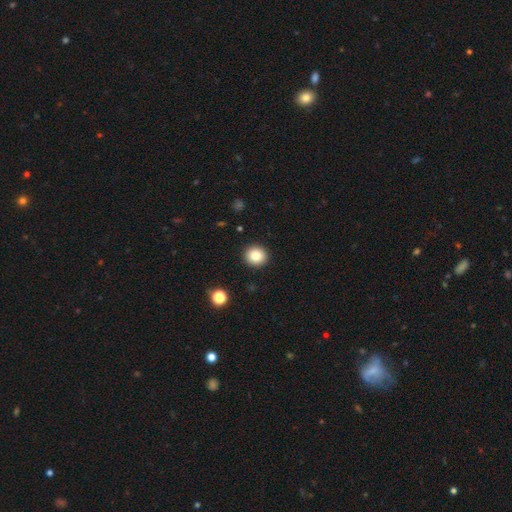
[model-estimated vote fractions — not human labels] A smooth galaxy with no disk features (83%) that is round (93%).

Vote fractions:
- Smooth or featured? smooth: 83% / star or artifact: 10% / featured or disk: 7%
- How rounded? round: 93% / in between: 6% / cigar-shaped: 1%
- Merging? none: 92% / minor disturbance: 5% / major disturbance: 2% / merger: 1%